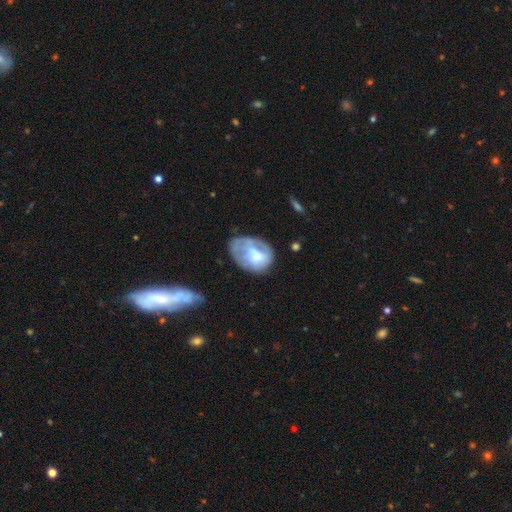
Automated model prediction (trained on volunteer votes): Smooth or featured? smooth (48%)
Merging? none (39%)